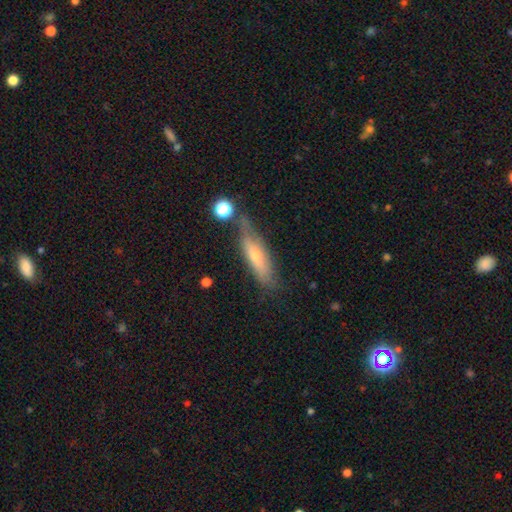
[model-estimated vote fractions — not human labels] This appears to be a smooth galaxy with no disk features (47%). Merging: none (55%).